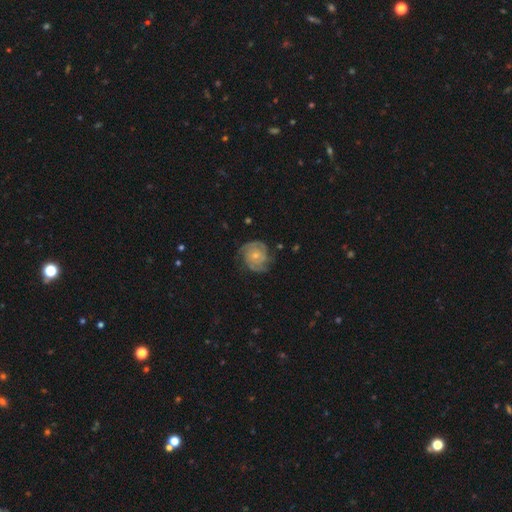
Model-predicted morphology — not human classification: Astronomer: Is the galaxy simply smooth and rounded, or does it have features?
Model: featured or disk — 83%.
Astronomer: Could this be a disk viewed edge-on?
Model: no — 98%.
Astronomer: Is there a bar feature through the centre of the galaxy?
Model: no — 77%.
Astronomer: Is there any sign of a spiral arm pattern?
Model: yes — 95%.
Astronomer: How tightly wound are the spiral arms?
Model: tight — 65%.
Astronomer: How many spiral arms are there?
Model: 2 — 43% (runner-up: 3, 23%).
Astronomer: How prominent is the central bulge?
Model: small — 63%.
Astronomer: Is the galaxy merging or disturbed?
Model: none — 72%.